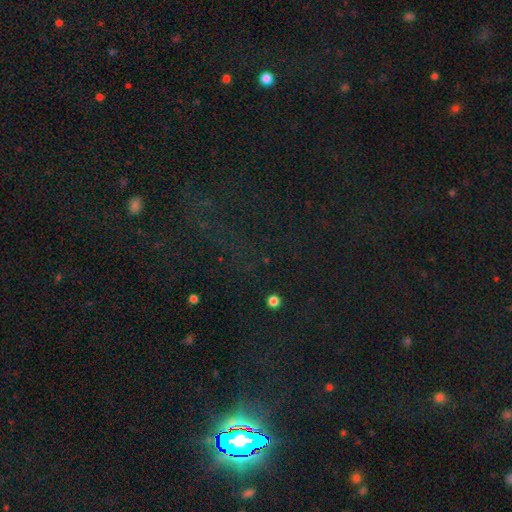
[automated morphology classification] The model was most divided on "smooth or featured": star or artifact: 77%, smooth: 13%, featured or disk: 10%.